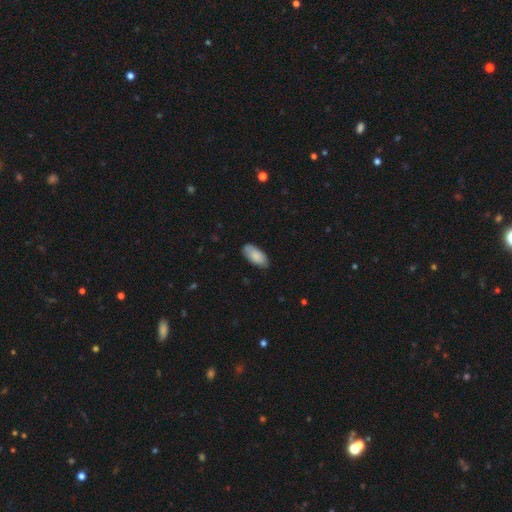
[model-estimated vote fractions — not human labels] Smooth or featured? smooth (84%)
How rounded? in between (91%)
Merging? none (80%)